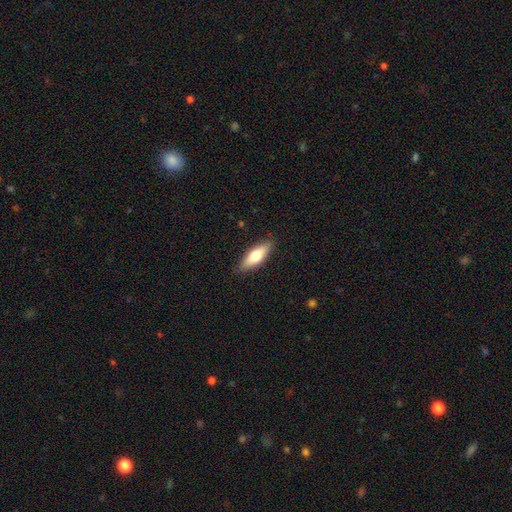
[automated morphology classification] Smooth or featured? Predicted: smooth (p=0.65). How rounded? Predicted: in between (p=0.54). Merging? Predicted: none (p=0.88).